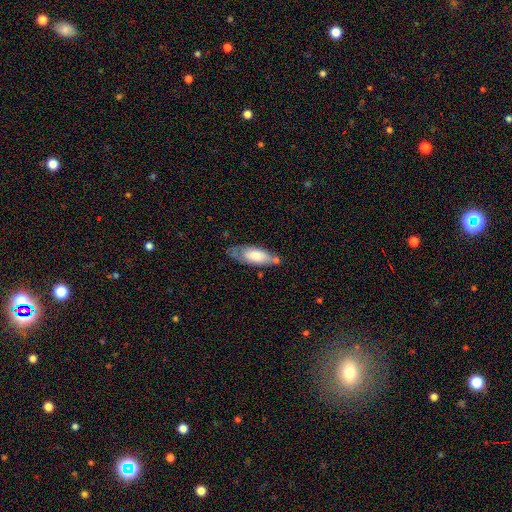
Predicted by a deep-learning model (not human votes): smooth 63%, featured or disk 31%, star or artifact 6%. Down the decision tree: how rounded — in between (75%); merging — none (51%).